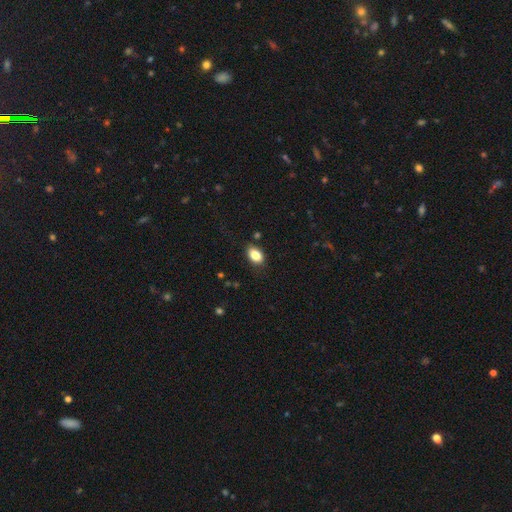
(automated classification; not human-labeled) The model was most divided on "how rounded": in between: 85%, round: 14%, cigar-shaped: 1%. More confident: smooth or featured — smooth (85%); merging — none (84%).